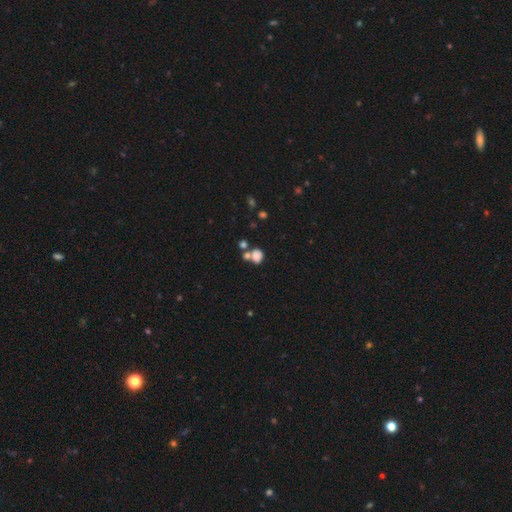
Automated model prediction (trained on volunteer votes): A smooth galaxy with no disk features (75%) that is round (56%).

Vote fractions:
- Smooth or featured? smooth: 75% / featured or disk: 13% / star or artifact: 12%
- How rounded? round: 56% / in between: 43% / cigar-shaped: 1%
- Merging? merger: 45% / none: 36% / minor disturbance: 12% / major disturbance: 7%